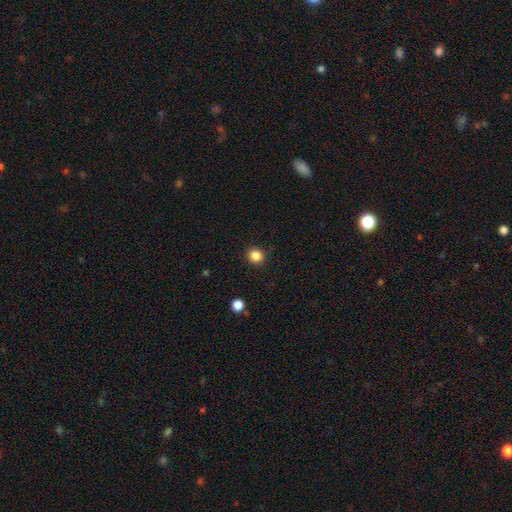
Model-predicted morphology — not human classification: Smooth or featured? smooth (85%)
How rounded? round (91%)
Merging? none (92%)